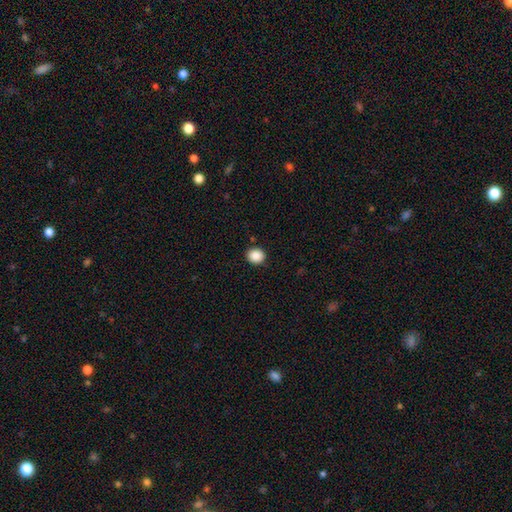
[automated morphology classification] type=smooth (88%); roundness=round (77%); merging=none (90%).